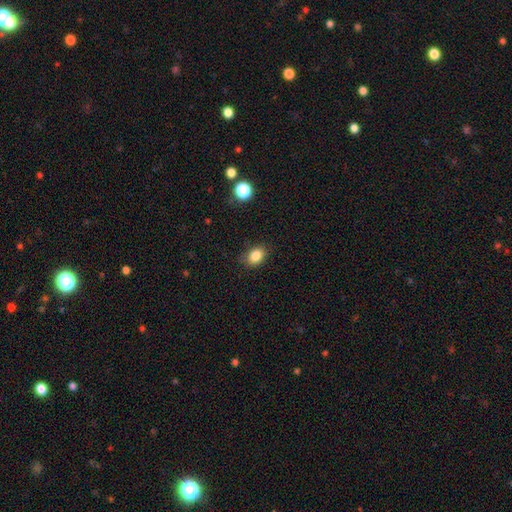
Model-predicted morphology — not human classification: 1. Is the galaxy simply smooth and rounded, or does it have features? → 84% smooth, 10% star or artifact, 6% featured or disk.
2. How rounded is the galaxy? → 69% in between, 30% round, 1% cigar-shaped.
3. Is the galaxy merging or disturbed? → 81% none, 14% minor disturbance, 3% major disturbance, 1% merger.